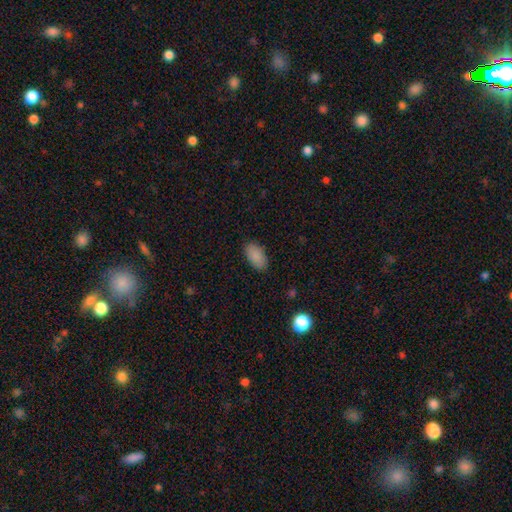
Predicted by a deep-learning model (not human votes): Smooth or featured?
  - smooth: 88% *
  - star or artifact: 8%
  - featured or disk: 4%
How rounded?
  - in between: 94% *
  - round: 4%
  - cigar-shaped: 2%
Merging?
  - none: 85% *
  - minor disturbance: 11%
  - major disturbance: 3%
  - merger: 1%